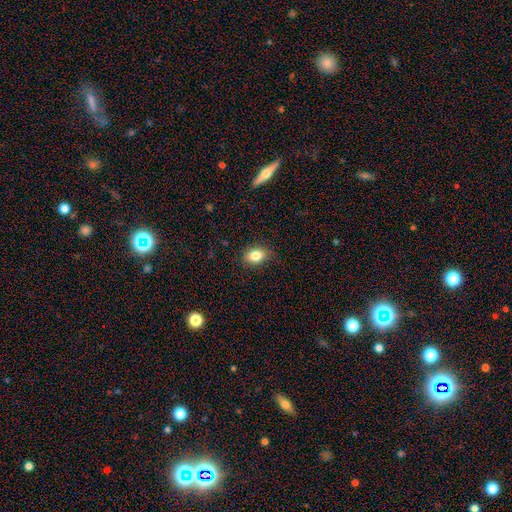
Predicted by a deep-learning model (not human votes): Smooth or featured?
  - smooth: 83% *
  - star or artifact: 9%
  - featured or disk: 8%
How rounded?
  - in between: 73% *
  - round: 25%
  - cigar-shaped: 1%
Merging?
  - none: 84% *
  - minor disturbance: 12%
  - major disturbance: 3%
  - merger: 1%